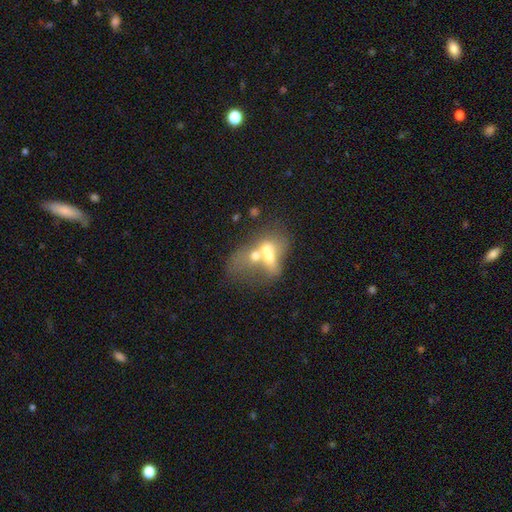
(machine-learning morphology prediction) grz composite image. It shows a featured or disk galaxy (44%). Merging: merger (71%).